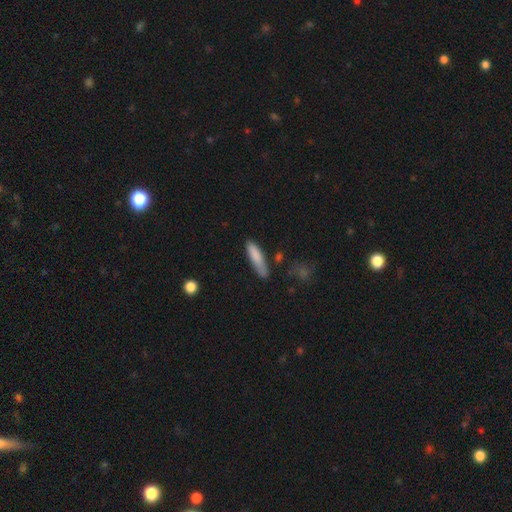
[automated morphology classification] smooth-or-featured: smooth: 83% | featured or disk: 11% | star or artifact: 6%
  how-rounded: cigar-shaped: 74% | in between: 24% | round: 2%
  merging: none: 72% | minor disturbance: 20% | major disturbance: 4% | merger: 4%